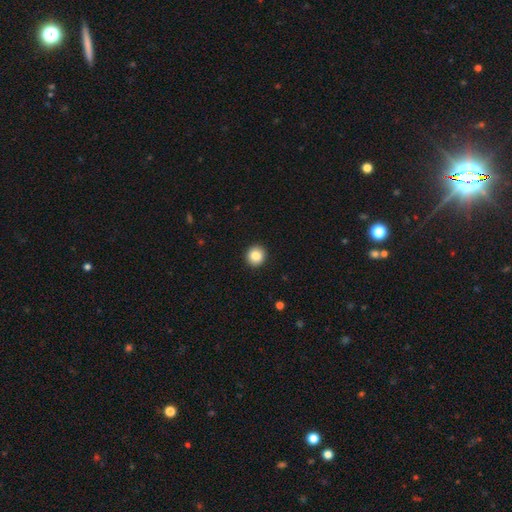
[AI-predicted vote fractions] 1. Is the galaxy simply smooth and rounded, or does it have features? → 86% smooth, 9% star or artifact, 5% featured or disk.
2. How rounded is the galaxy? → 91% round, 8% in between, 1% cigar-shaped.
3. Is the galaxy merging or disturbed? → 93% none, 5% minor disturbance, 2% major disturbance, 1% merger.